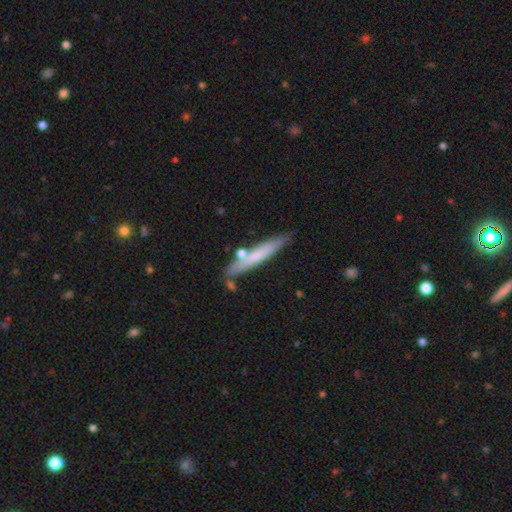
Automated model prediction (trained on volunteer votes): A smooth galaxy with no disk features (61%) that is cigar-shaped (94%). Merging: none (79%).